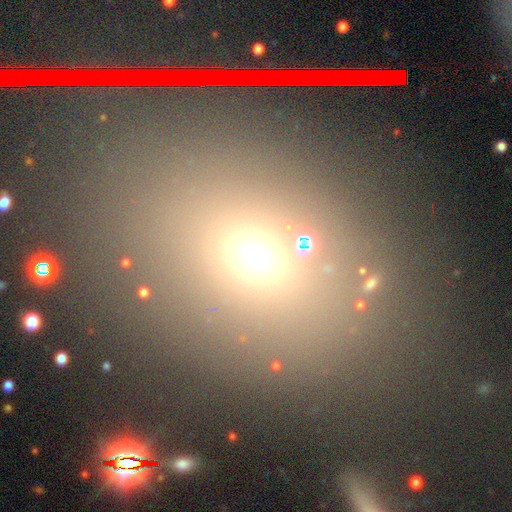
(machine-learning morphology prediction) Overall: smooth (63%; star or artifact 25%). How rounded: in between (56%; round 41%). Merging: none (75%).